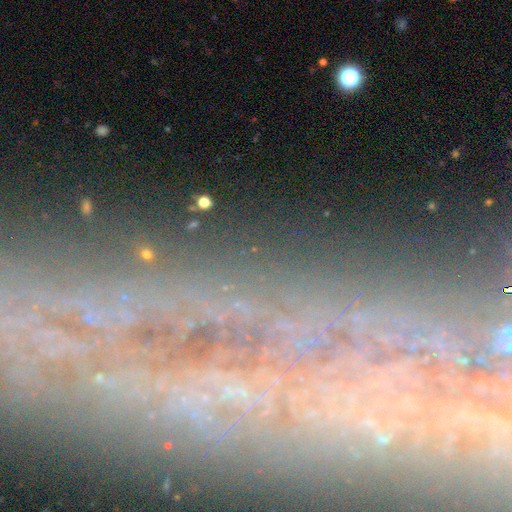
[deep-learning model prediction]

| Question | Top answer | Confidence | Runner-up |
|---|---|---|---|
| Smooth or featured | star or artifact | 43% | featured or disk (40%) |